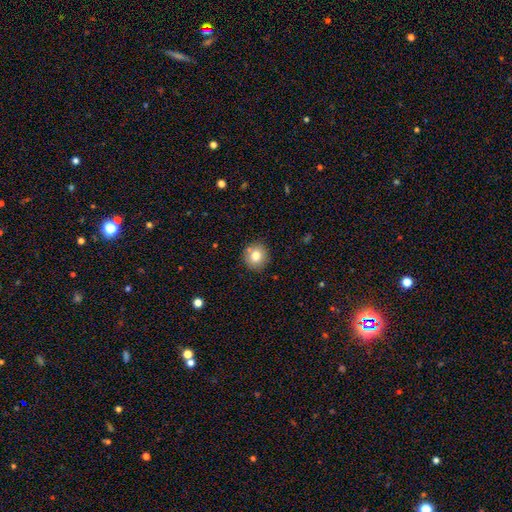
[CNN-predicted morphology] type=smooth (78%); roundness=round (89%); merging=none (84%).